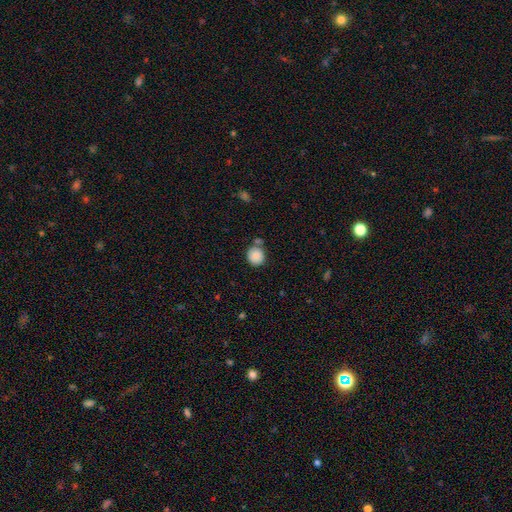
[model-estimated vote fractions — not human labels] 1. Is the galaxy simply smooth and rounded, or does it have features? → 87% smooth, 8% star or artifact, 4% featured or disk.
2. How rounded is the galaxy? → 87% round, 12% in between, 1% cigar-shaped.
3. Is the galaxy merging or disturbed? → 68% none, 14% merger, 14% minor disturbance, 4% major disturbance.